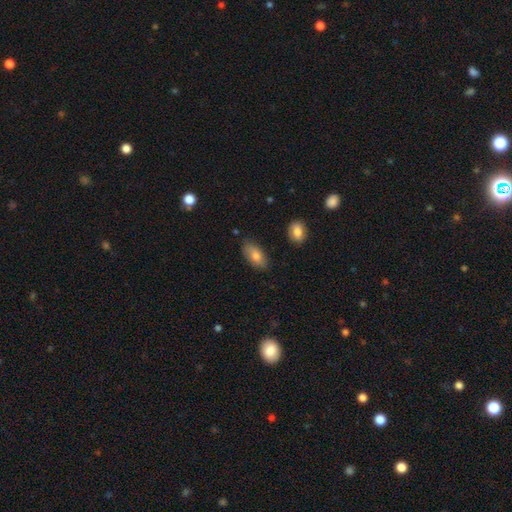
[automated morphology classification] type=smooth (77%); roundness=in between (90%); merging=none (80%).